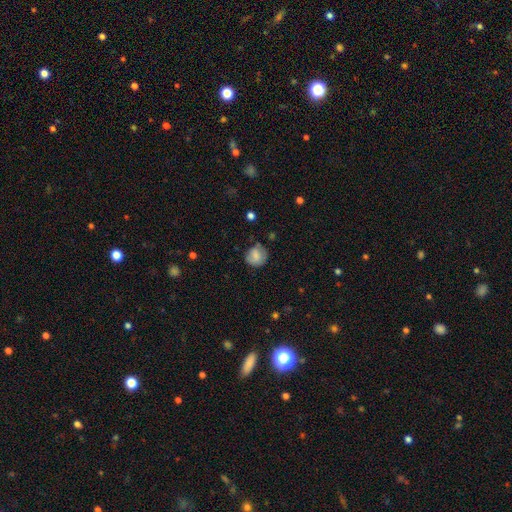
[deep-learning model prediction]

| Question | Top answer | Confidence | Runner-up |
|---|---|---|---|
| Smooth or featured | smooth | 76% | featured or disk (15%) |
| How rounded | round | 80% | in between (19%) |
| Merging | none | 66% | minor disturbance (25%) |